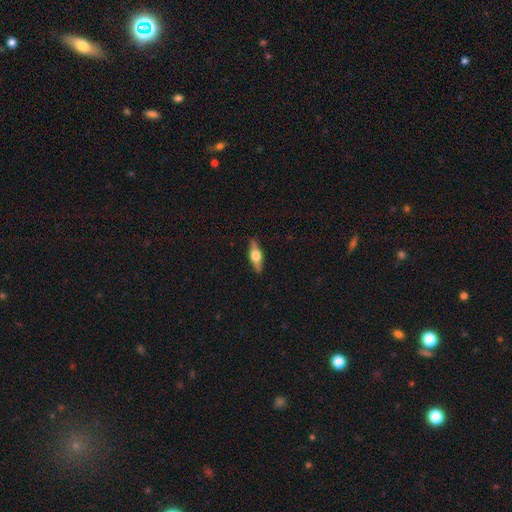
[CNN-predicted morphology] This is possibly a featured or disk galaxy (59%). It is clearly viewed edge-on (94%). Edge-on bulge: clearly rounded (94%). Merging: clearly none (89%).